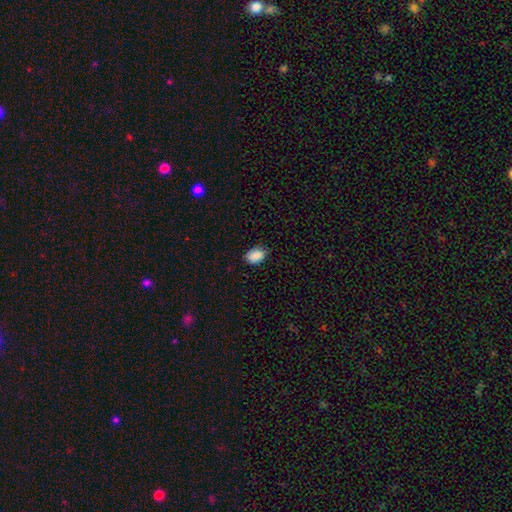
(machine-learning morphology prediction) smooth 89%, star or artifact 8%, featured or disk 4%. Down the decision tree: how rounded — in between (84%); merging — none (80%).